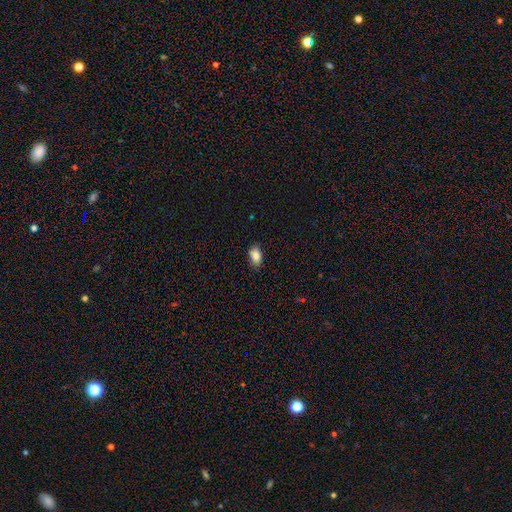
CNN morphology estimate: Smooth or featured: smooth — 86% (star or artifact — 8%)
How rounded: in between — 88% (round — 9%)
Merging: none — 80% (minor disturbance — 16%)